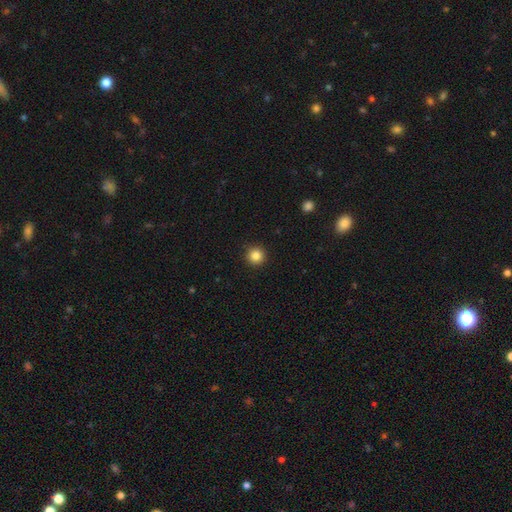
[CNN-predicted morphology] A smooth galaxy with no disk features (85%) that is round (96%).

Vote fractions:
- Smooth or featured? smooth: 85% / star or artifact: 11% / featured or disk: 4%
- How rounded? round: 96% / in between: 3% / cigar-shaped: 1%
- Merging? none: 93% / minor disturbance: 5% / major disturbance: 2% / merger: 1%